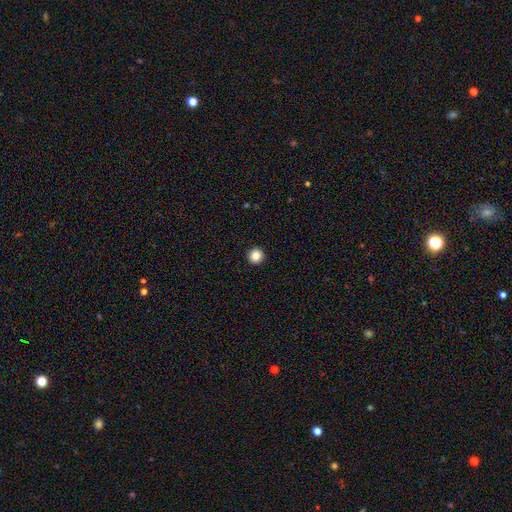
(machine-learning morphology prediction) A smooth galaxy with no disk features (84%) that is round (96%). Merging: none (94%).